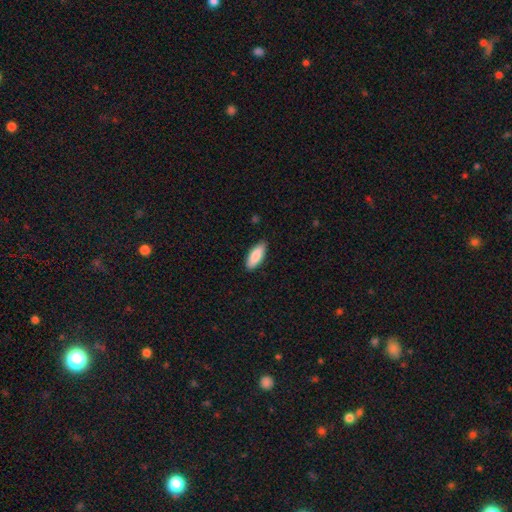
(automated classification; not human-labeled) A smooth galaxy with no disk features (87%) that is in between round and cigar-shaped (77%).

Vote fractions:
- Smooth or featured? smooth: 87% / featured or disk: 8% / star or artifact: 5%
- How rounded? in between: 77% / cigar-shaped: 22% / round: 2%
- Merging? none: 86% / minor disturbance: 11% / major disturbance: 2% / merger: 1%